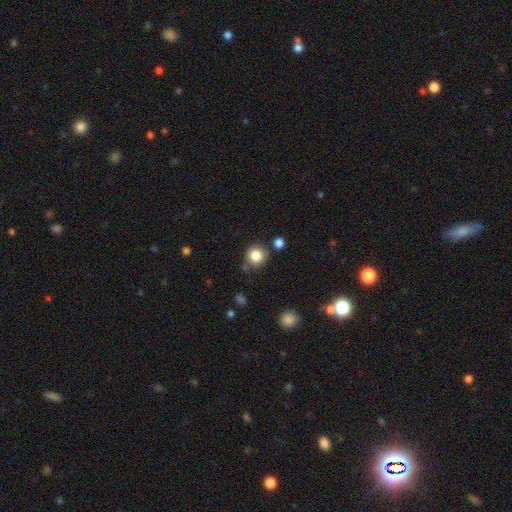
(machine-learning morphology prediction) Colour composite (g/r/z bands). It shows a smooth galaxy with no disk features (84%) that is round (91%). Merging: none (79%).